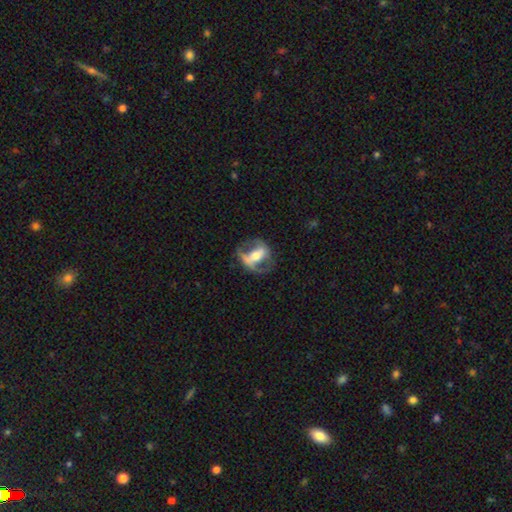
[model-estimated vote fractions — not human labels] smooth_or_featured: featured or disk (p=0.71) [alt: smooth p=0.23]
disk_edge_on: no (p=0.86) [alt: yes p=0.14]
bar: strong (p=0.52) [alt: weak p=0.25]
has_spiral_arms: yes (p=0.52) [alt: no p=0.48]
bulge_size: moderate (p=0.61) [alt: small p=0.19]
merging: none (p=0.57) [alt: major disturbance p=0.21]